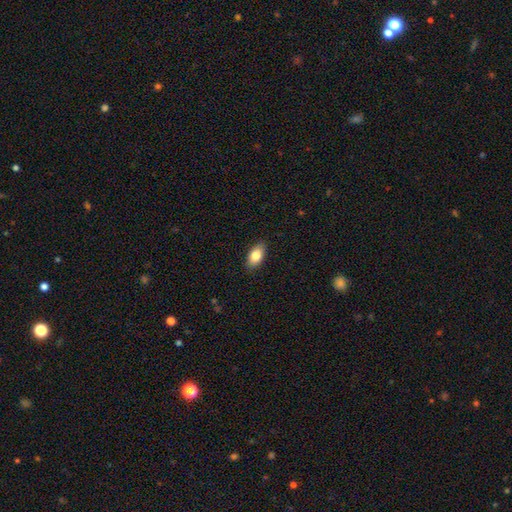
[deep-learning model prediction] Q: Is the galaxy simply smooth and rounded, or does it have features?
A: smooth — 81%.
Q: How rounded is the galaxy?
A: in between — 90%.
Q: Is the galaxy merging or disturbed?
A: none — 87%.